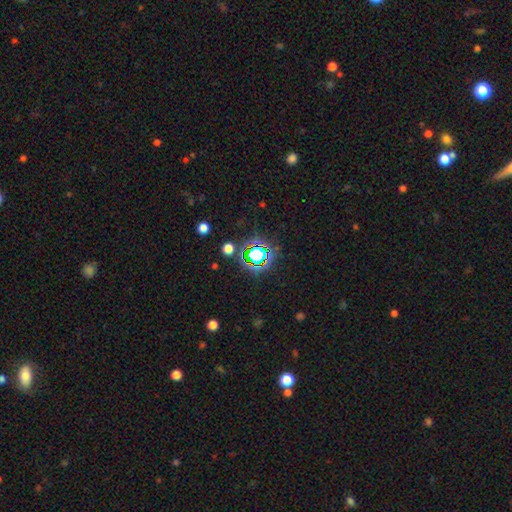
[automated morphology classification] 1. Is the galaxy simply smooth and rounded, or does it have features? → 66% star or artifact, 23% smooth, 10% featured or disk.